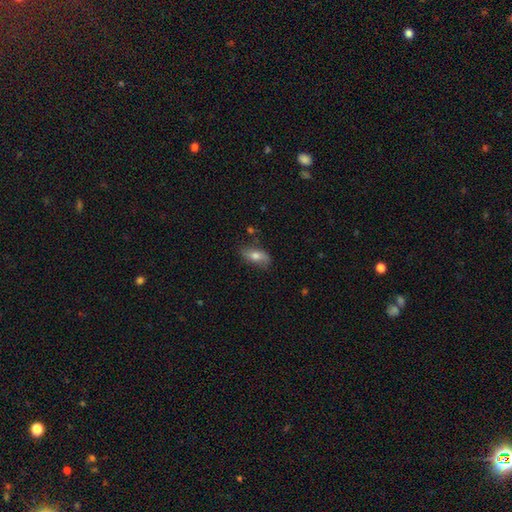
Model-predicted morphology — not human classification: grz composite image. It shows a smooth galaxy with no disk features (62%) that is in between round and cigar-shaped (82%). Merging: none (72%).